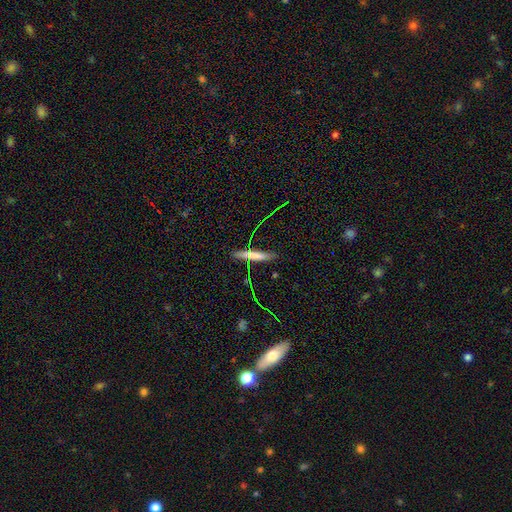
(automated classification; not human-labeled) Overall: smooth (60%; featured or disk 28%). How rounded: cigar-shaped (92%). Merging: none (83%).